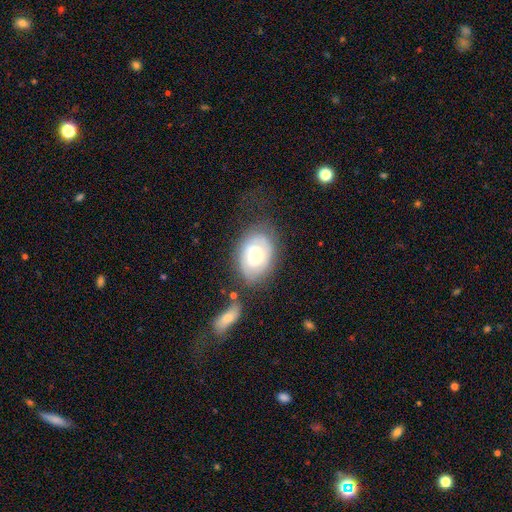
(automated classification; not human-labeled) Smooth or featured: featured or disk — 55% (smooth — 37%)
Edge-on disk: no — 95% (yes — 5%)
Bar: no — 74% (weak — 22%)
Spiral arms: yes — 76% (no — 24%)
Bulge size: moderate — 60% (large — 25%)
Merging: none — 63% (minor disturbance — 21%)